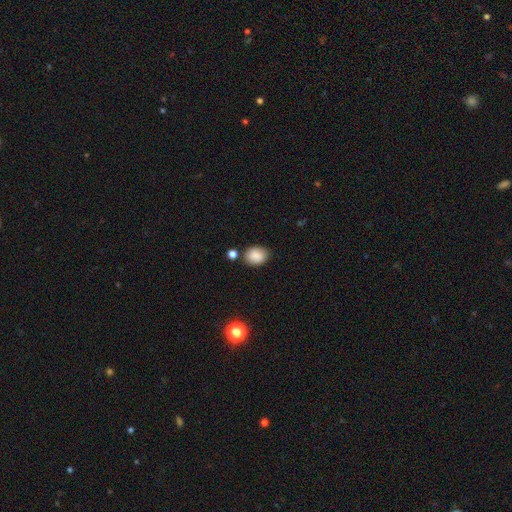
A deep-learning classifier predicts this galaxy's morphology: Smooth or featured: smooth — 86% (star or artifact — 9%)
How rounded: in between — 59% (round — 40%)
Merging: none — 76% (minor disturbance — 14%)